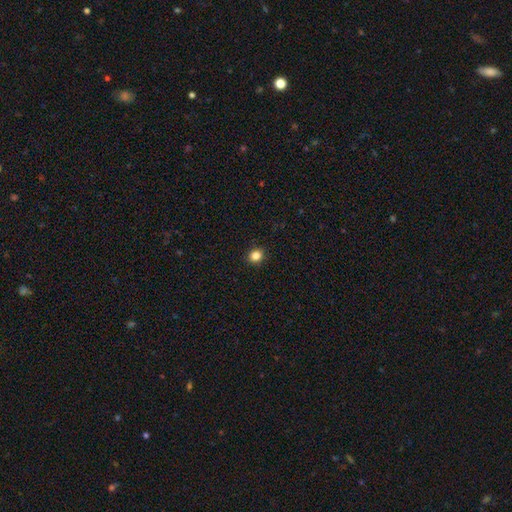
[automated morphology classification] Overall: smooth (84%). How rounded: round (82%). Merging: none (92%).